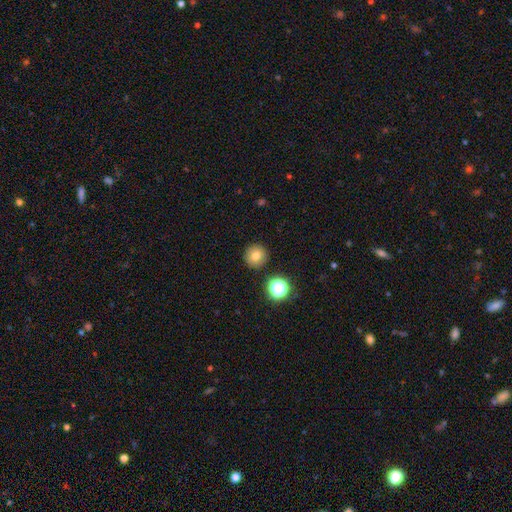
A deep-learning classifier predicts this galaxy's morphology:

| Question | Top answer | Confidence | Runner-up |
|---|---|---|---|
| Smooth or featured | smooth | 78% | star or artifact (13%) |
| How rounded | round | 95% | in between (4%) |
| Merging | none | 90% | minor disturbance (6%) |